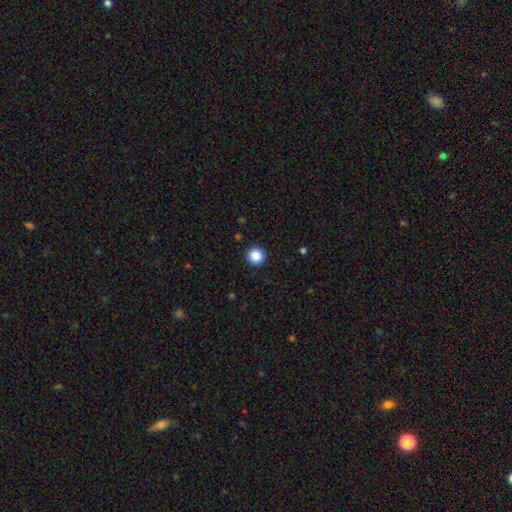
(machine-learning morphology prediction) This is clearly a smooth galaxy (86%). How rounded: clearly round (96%). Merging: clearly none (93%).